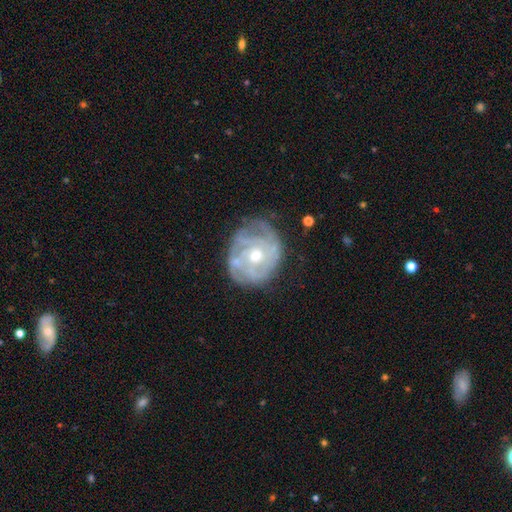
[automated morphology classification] Overall: featured or disk (80%). Edge-on disk: no (97%). Bar: no (76%). Spiral arms: yes (83%). Spiral arm count: can't tell (48%; 3 16%). Spiral winding: tight (67%). Bulge size: moderate (66%; small 28%). Merging: none (66%).